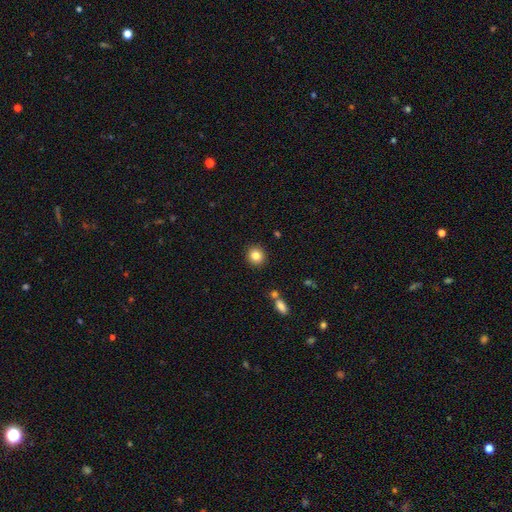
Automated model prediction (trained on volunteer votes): Smooth or featured?
  - smooth: 83% *
  - star or artifact: 10%
  - featured or disk: 6%
How rounded?
  - round: 89% *
  - in between: 10%
  - cigar-shaped: 1%
Merging?
  - none: 89% *
  - minor disturbance: 6%
  - merger: 2%
  - major disturbance: 2%